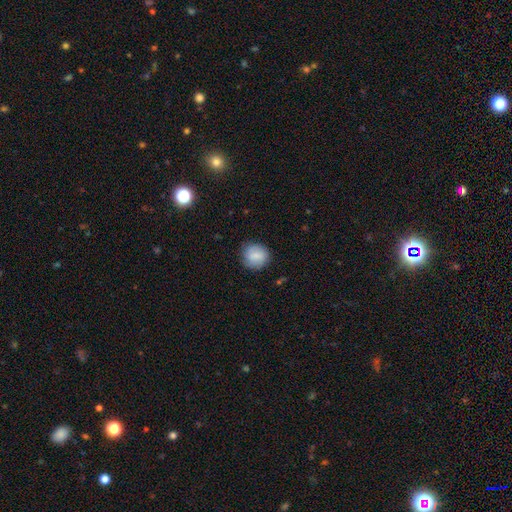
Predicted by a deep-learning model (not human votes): smooth_or_featured: smooth (p=0.81) [alt: featured or disk p=0.12]
how_rounded: round (p=0.85) [alt: in between p=0.14]
merging: none (p=0.82) [alt: minor disturbance p=0.13]